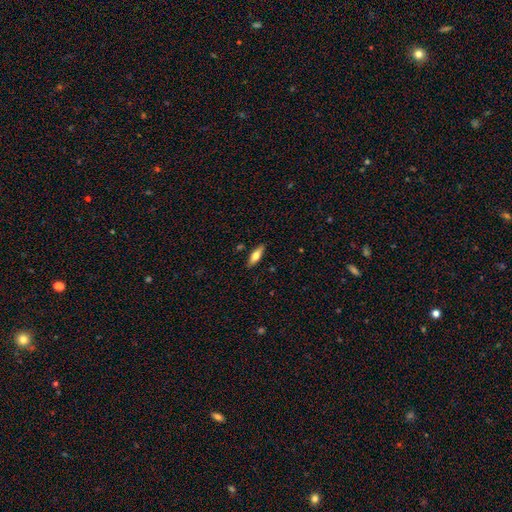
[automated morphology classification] This is likely a smooth galaxy (64%). How rounded: possibly in between (55%). Merging: clearly none (87%).